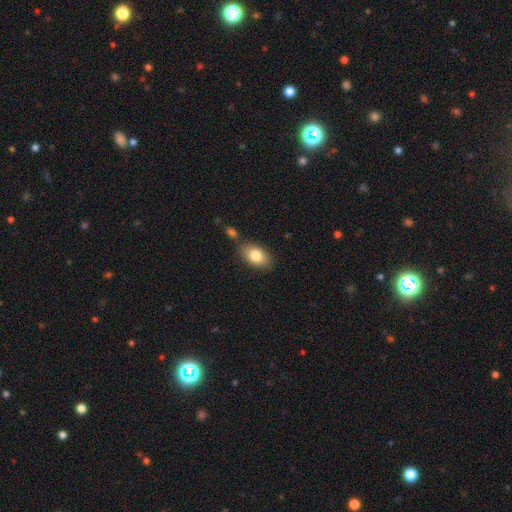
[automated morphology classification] A smooth galaxy with no disk features (80%) that is in between round and cigar-shaped (88%). Merging: none (72%).